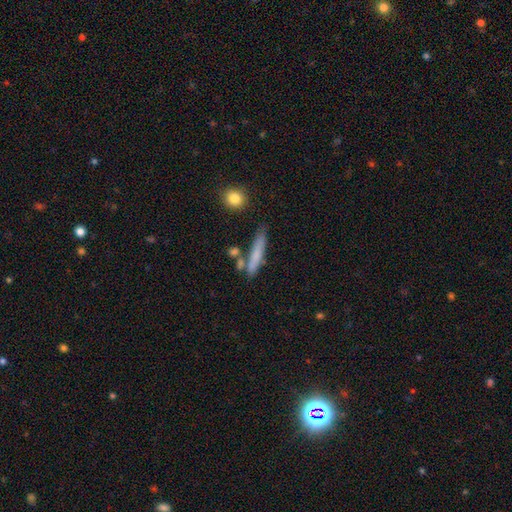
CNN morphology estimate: smooth_or_featured: smooth (p=0.69) [alt: featured or disk p=0.23]
how_rounded: cigar-shaped (p=0.89) [alt: in between p=0.09]
merging: none (p=0.68) [alt: minor disturbance p=0.16]